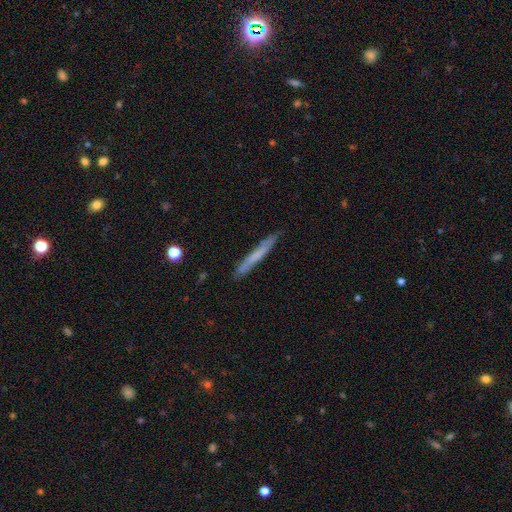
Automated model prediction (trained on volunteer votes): smooth-or-featured: smooth: 57% | featured or disk: 37% | star or artifact: 7%
  how-rounded: cigar-shaped: 96% | in between: 2% | round: 1%
  merging: none: 85% | minor disturbance: 11% | major disturbance: 2% | merger: 1%